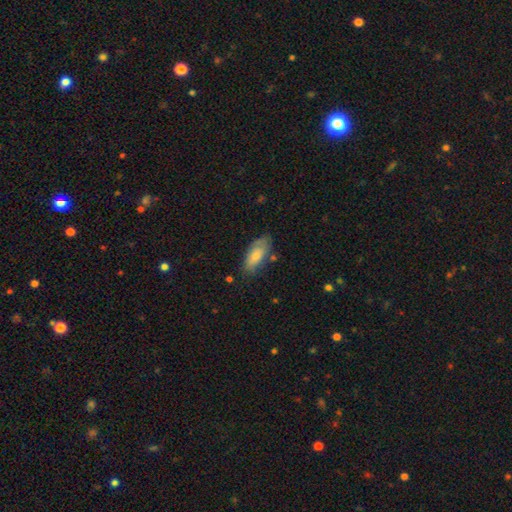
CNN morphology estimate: Smooth or featured: smooth — 71% (featured or disk — 23%)
How rounded: in between — 85% (cigar-shaped — 13%)
Merging: none — 65% (minor disturbance — 25%)